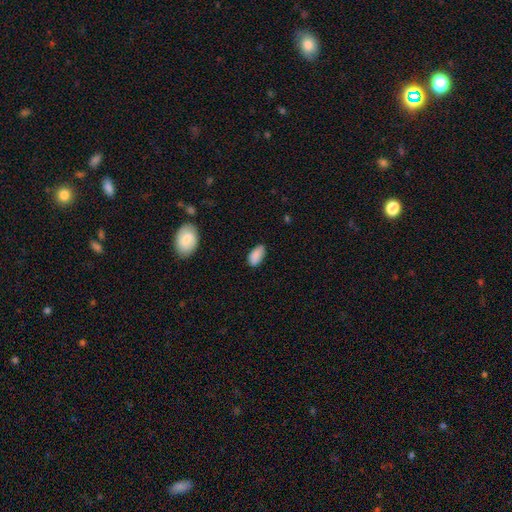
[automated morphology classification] This appears to be a smooth galaxy with no disk features (88%) that is in between round and cigar-shaped (94%). Merging: none (75%).